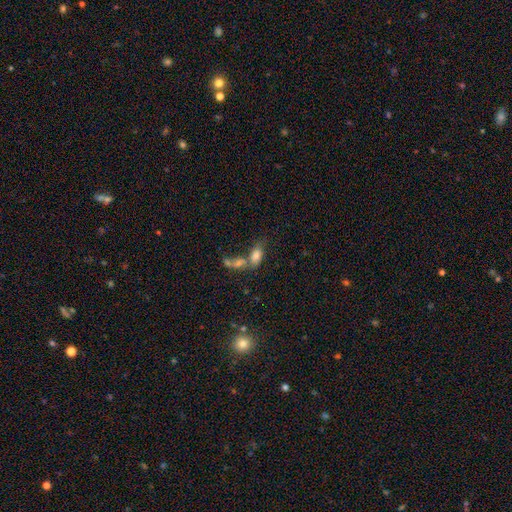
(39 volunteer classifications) smooth-or-featured: smooth: 72% | featured or disk: 18% | star or artifact: 10%
  how-rounded: in between: 100% | round: 0% | cigar-shaped: 0%
  merging: none: 49% | merger: 40% | minor disturbance: 9% | major disturbance: 3%